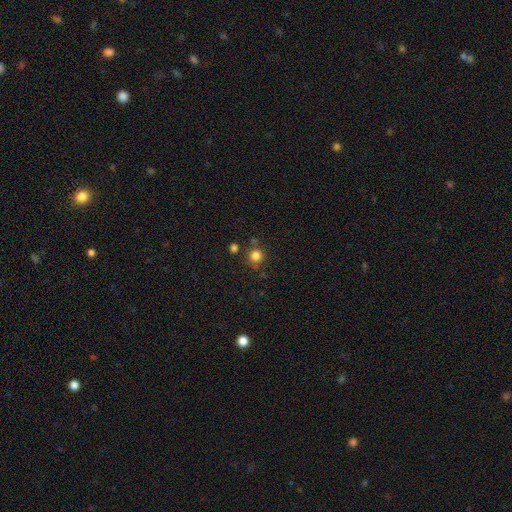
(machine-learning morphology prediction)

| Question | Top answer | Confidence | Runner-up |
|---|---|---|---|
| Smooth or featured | smooth | 81% | star or artifact (14%) |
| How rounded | round | 92% | in between (7%) |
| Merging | none | 76% | minor disturbance (10%) |